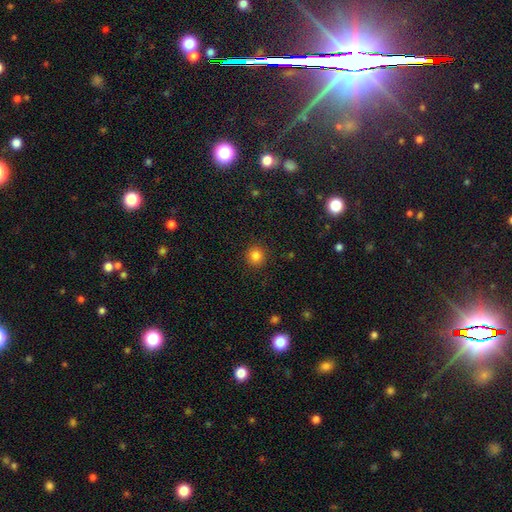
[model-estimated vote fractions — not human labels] Morphology: type=smooth (84%); roundness=round (92%); merging=none (91%).